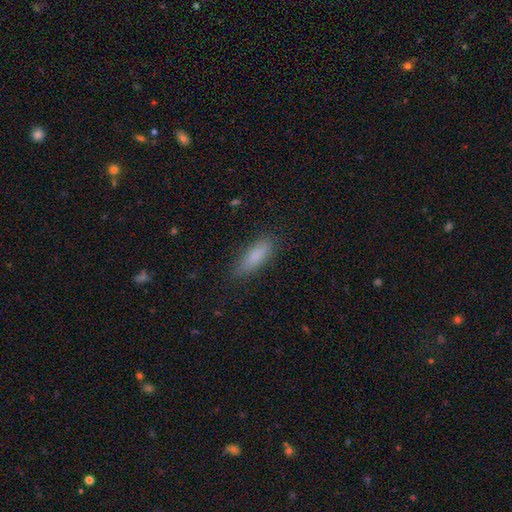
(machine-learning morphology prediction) A smooth galaxy with no disk features (84%) that is in between round and cigar-shaped (54%). Merging: none (81%).